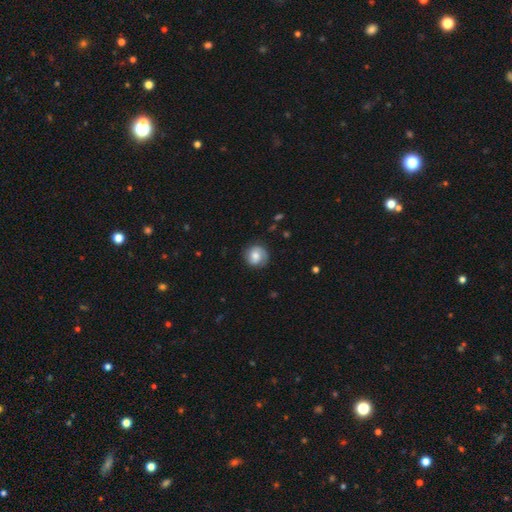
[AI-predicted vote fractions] A smooth galaxy with no disk features (57%) that is round (89%). Merging: none (79%).